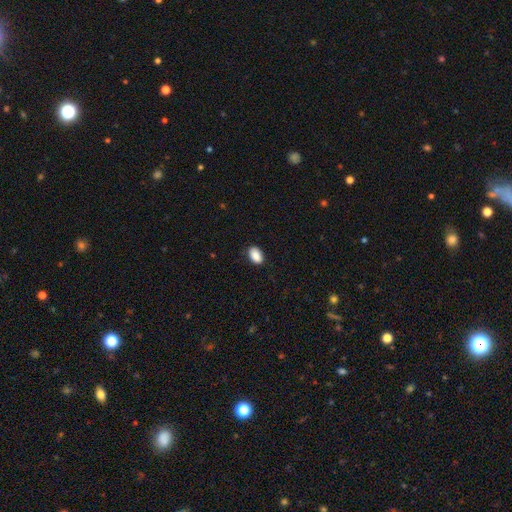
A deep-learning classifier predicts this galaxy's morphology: smooth 90%, star or artifact 7%, featured or disk 3%. Down the decision tree: how rounded — in between (90%); merging — none (86%).